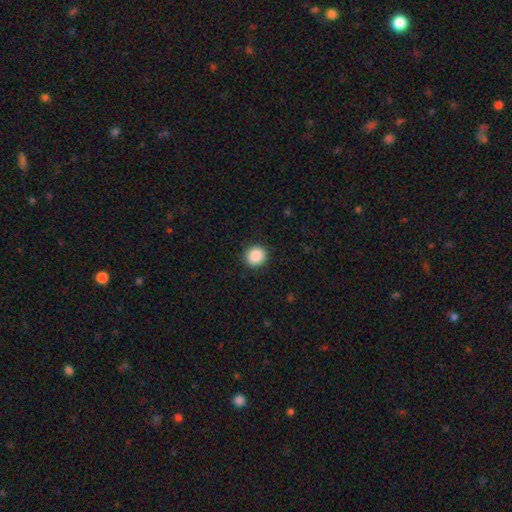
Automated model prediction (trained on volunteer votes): smooth_or_featured: smooth (p=0.89) [alt: star or artifact p=0.08]
how_rounded: round (p=0.89) [alt: in between p=0.10]
merging: none (p=0.91) [alt: minor disturbance p=0.06]